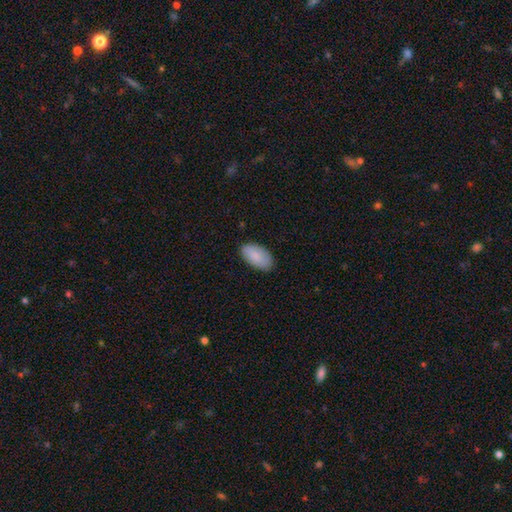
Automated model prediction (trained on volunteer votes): smooth_or_featured: smooth (p=0.86) [alt: featured or disk p=0.08]
how_rounded: in between (p=0.95) [alt: round p=0.03]
merging: none (p=0.85) [alt: minor disturbance p=0.12]